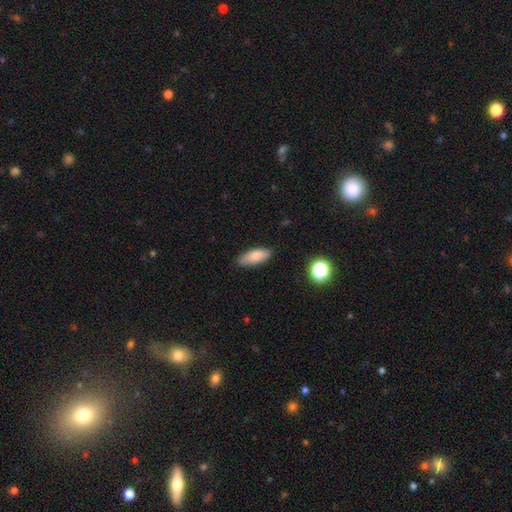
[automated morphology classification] The model was most divided on "how rounded": in between: 77%, cigar-shaped: 20%, round: 3%. More confident: merging — none (84%); smooth or featured — smooth (81%).